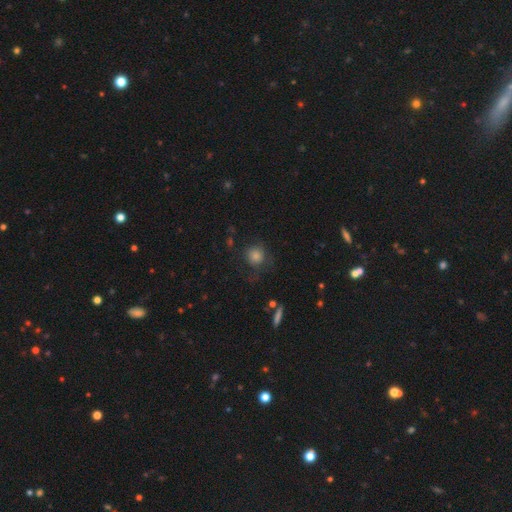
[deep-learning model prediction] Smooth or featured?
  - smooth: 70% *
  - star or artifact: 16%
  - featured or disk: 14%
How rounded?
  - round: 91% *
  - in between: 8%
  - cigar-shaped: 1%
Merging?
  - none: 68% *
  - minor disturbance: 17%
  - major disturbance: 13%
  - merger: 2%